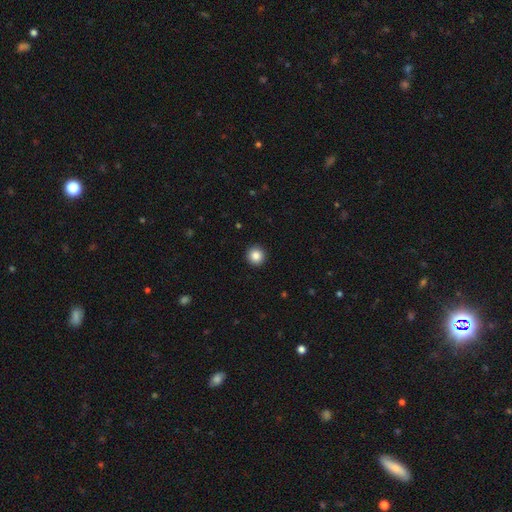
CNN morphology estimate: A smooth galaxy with no disk features (86%) that is round (95%). Merging: none (94%).